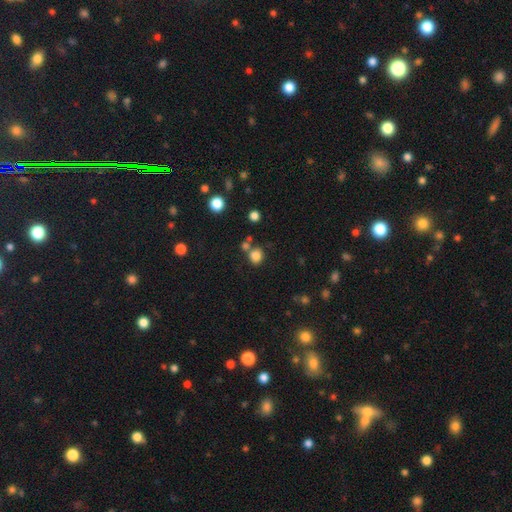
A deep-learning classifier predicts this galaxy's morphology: Smooth or featured: smooth — 81% (star or artifact — 13%)
How rounded: round — 76% (in between — 23%)
Merging: none — 66% (merger — 19%)